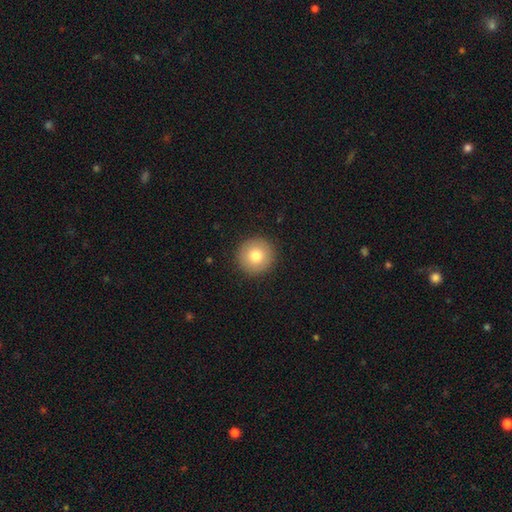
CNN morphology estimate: smooth-or-featured: smooth: 77% | featured or disk: 14% | star or artifact: 9%
  how-rounded: round: 96% | in between: 3% | cigar-shaped: 1%
  merging: none: 92% | minor disturbance: 5% | major disturbance: 2% | merger: 1%